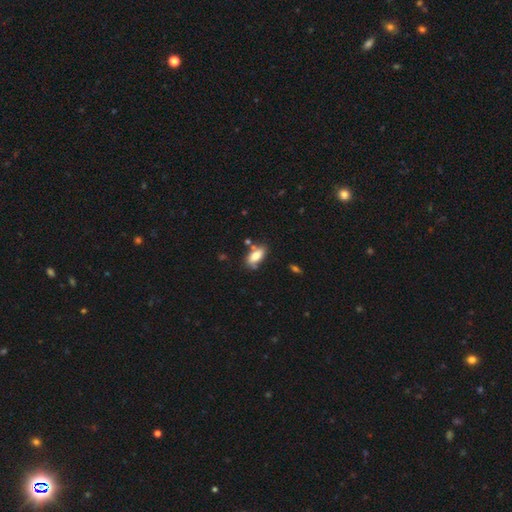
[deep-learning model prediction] Smooth or featured? smooth (79%)
How rounded? in between (88%)
Merging? none (67%)